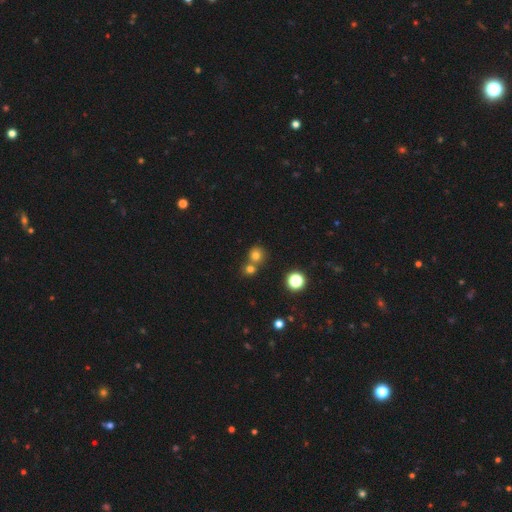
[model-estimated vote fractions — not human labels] Q: Smooth or featured?
A: smooth (73%); runner-up: star or artifact (19%)
Q: How rounded?
A: round (89%); runner-up: in between (10%)
Q: Merging?
A: none (57%); runner-up: merger (34%)